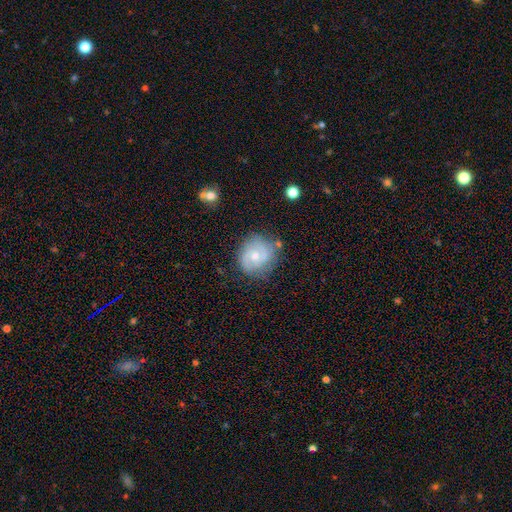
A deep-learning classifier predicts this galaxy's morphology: Smooth or featured: featured or disk — 56% (smooth — 36%)
Edge-on disk: no — 97% (yes — 3%)
Bar: no — 73% (weak — 24%)
Spiral arms: yes — 76% (no — 24%)
Bulge size: small — 48% (tied with moderate — 48%)
Merging: none — 65% (minor disturbance — 23%)